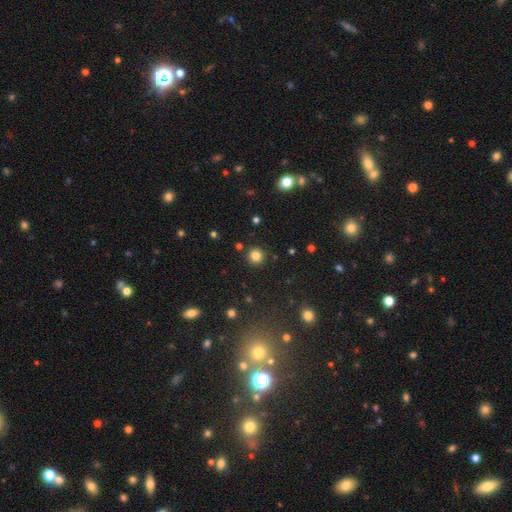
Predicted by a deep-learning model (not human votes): A smooth galaxy with no disk features (82%) that is round (95%). Merging: none (91%).